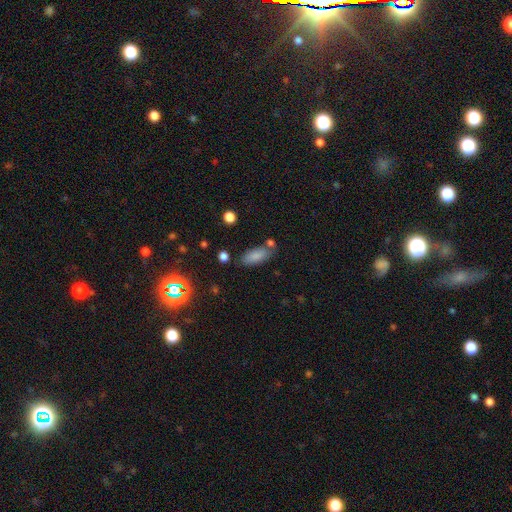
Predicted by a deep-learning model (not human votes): Smooth or featured: smooth — 84% (star or artifact — 8%)
How rounded: in between — 81% (cigar-shaped — 17%)
Merging: none — 71% (minor disturbance — 15%)